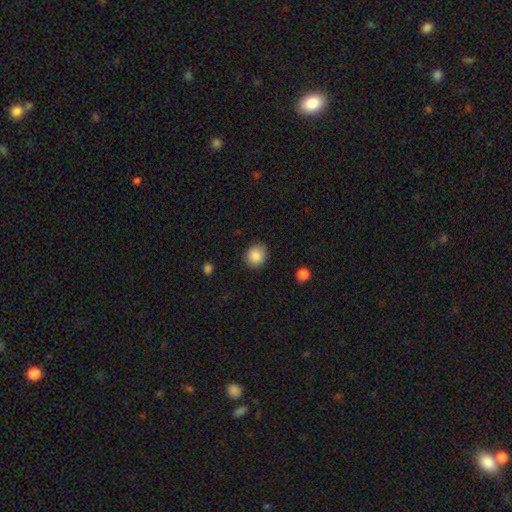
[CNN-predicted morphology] smooth 87%, star or artifact 9%, featured or disk 4%. Down the decision tree: how rounded — round (79%); merging — none (86%).